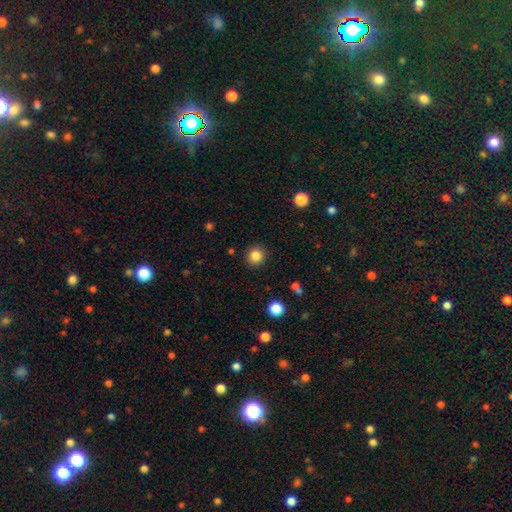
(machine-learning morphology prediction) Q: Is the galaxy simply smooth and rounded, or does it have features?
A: smooth — 85%.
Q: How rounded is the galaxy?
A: round — 92%.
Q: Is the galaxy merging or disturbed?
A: none — 90%.